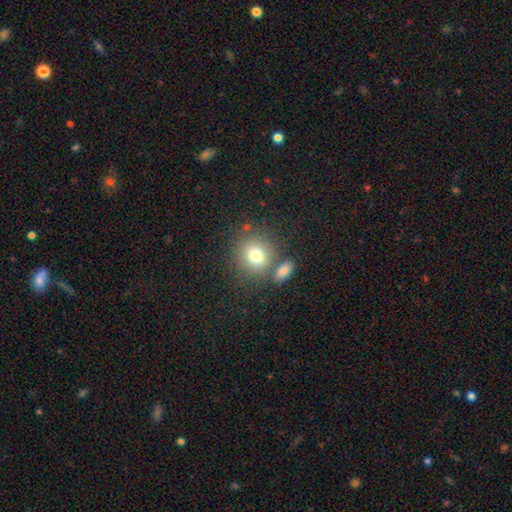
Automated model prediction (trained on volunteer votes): Smooth or featured? Predicted: smooth (p=0.76). How rounded? Predicted: round (p=0.84). Merging? Predicted: none (p=0.68).